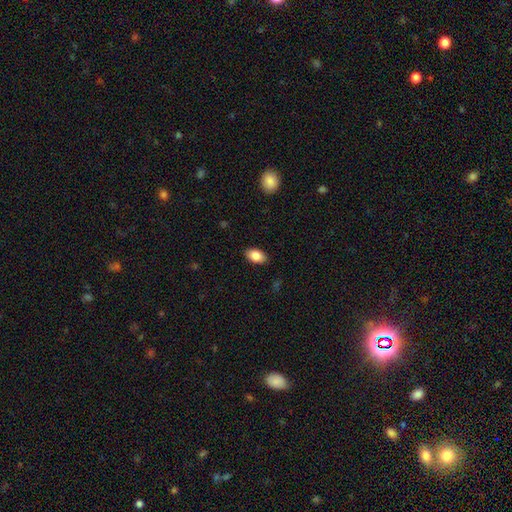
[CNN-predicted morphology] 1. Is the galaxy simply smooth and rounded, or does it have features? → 86% smooth, 7% star or artifact, 6% featured or disk.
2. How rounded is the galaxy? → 90% in between, 9% round, 1% cigar-shaped.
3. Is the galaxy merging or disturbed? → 87% none, 10% minor disturbance, 2% major disturbance, 1% merger.